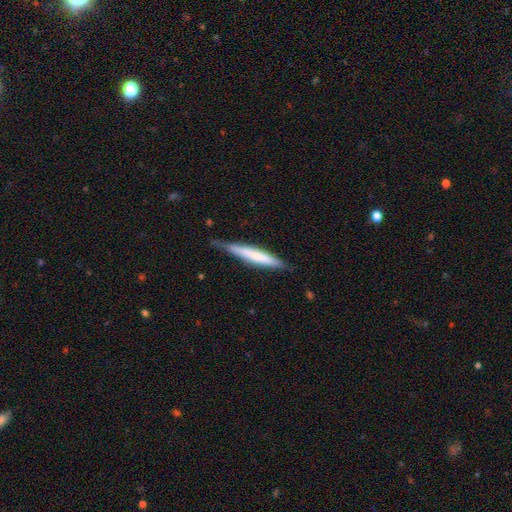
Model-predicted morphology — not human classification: smooth_or_featured: smooth (p=0.57) [alt: featured or disk p=0.38]
how_rounded: cigar-shaped (p=0.94) [alt: in between p=0.05]
merging: none (p=0.74) [alt: minor disturbance p=0.21]